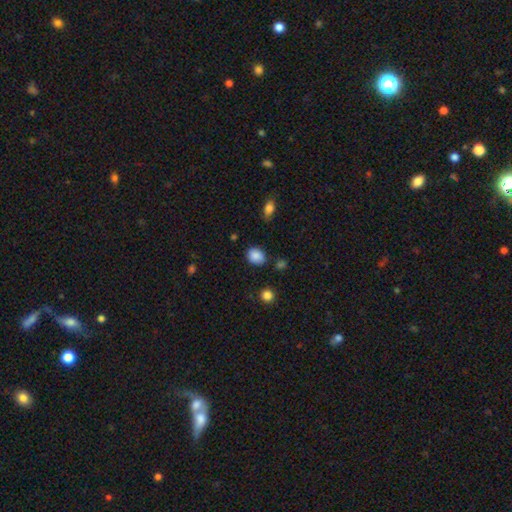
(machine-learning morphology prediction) type=smooth (87%); roundness=in between (64%); merging=none (79%).